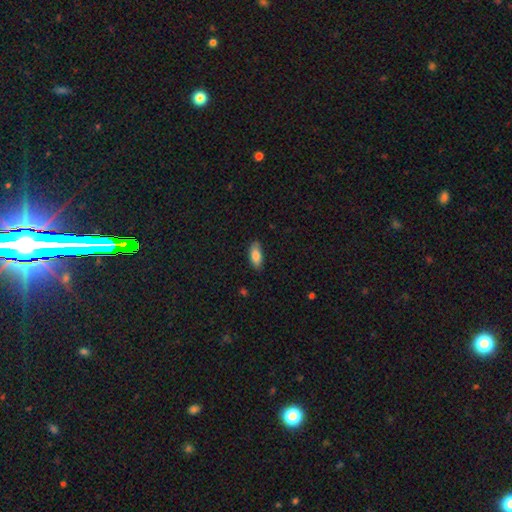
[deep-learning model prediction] Morphology: type=smooth (85%); roundness=in between (85%); merging=none (82%).